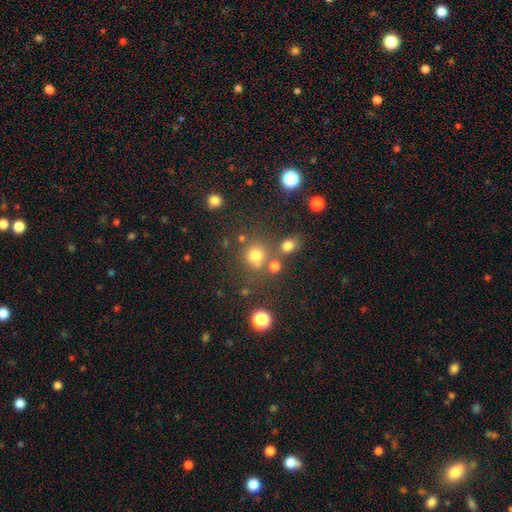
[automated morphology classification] Smooth or featured? smooth (72%)
How rounded? round (87%)
Merging? none (67%)